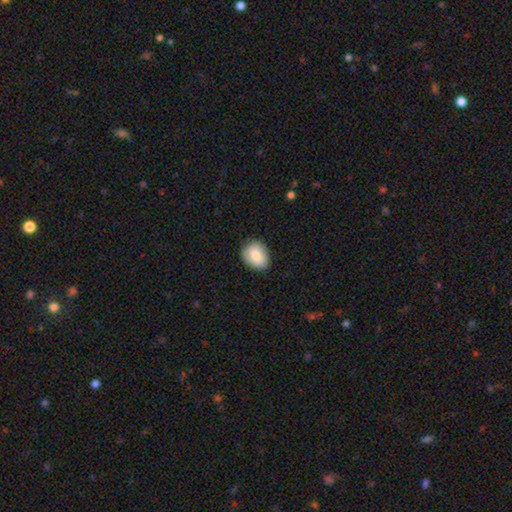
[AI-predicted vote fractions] Q: Smooth or featured?
A: smooth (79%); runner-up: featured or disk (14%)
Q: How rounded?
A: in between (58%); runner-up: round (41%)
Q: Merging?
A: none (81%); runner-up: minor disturbance (15%)